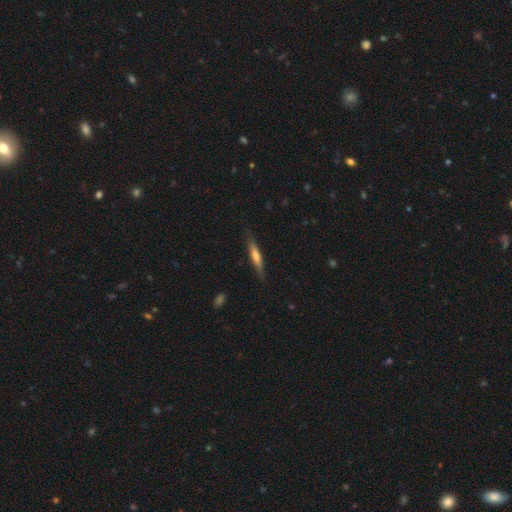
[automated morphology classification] A smooth galaxy with no disk features (53%) that is cigar-shaped (90%). Merging: none (84%).